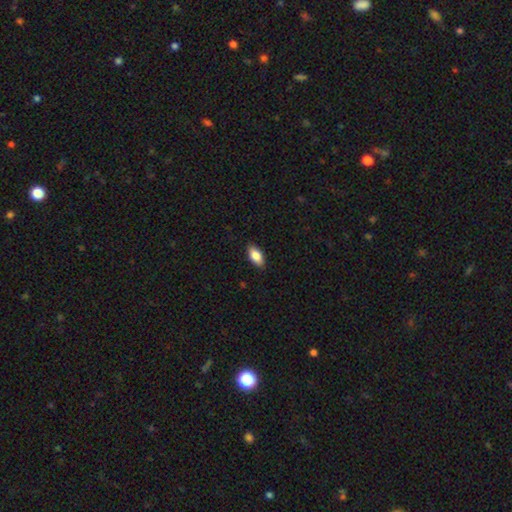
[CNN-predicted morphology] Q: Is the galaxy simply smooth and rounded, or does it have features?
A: smooth — 85%.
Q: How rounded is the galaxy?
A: in between — 91%.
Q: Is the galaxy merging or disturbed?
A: none — 88%.